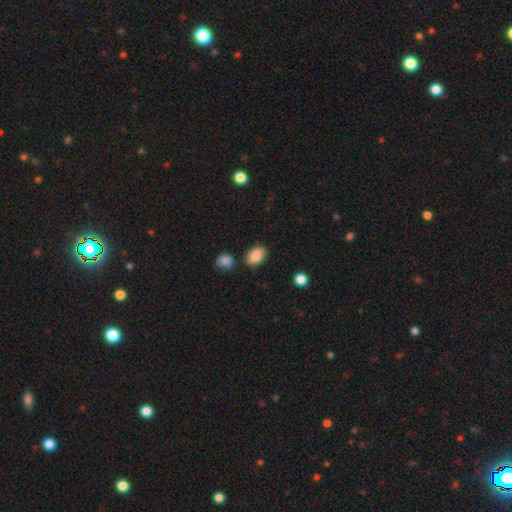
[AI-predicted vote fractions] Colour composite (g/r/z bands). It shows a smooth galaxy with no disk features (87%) that is in between round and cigar-shaped (83%). Merging: none (77%).